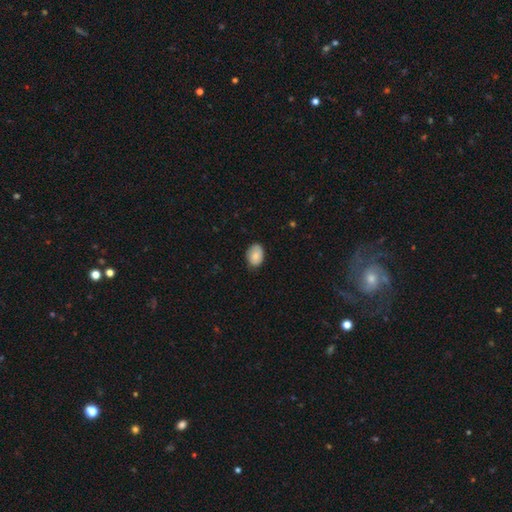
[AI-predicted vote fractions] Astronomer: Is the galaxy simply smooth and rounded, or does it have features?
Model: smooth — 82%.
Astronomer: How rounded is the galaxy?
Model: in between — 76%.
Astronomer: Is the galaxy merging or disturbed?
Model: none — 77%.